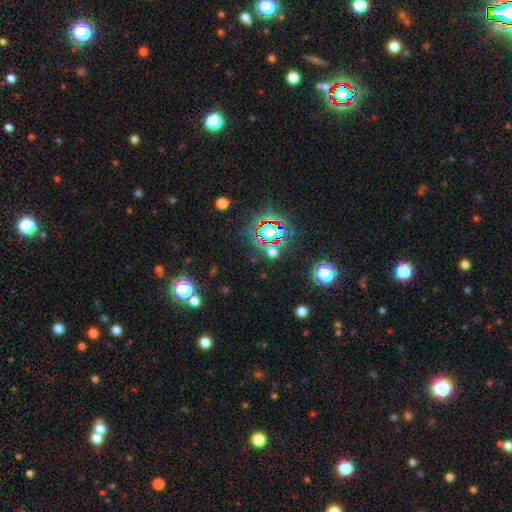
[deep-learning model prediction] A star or artifact, not a galaxy (76%).

Vote fractions:
- Smooth or featured? star or artifact: 76% / smooth: 16% / featured or disk: 9%